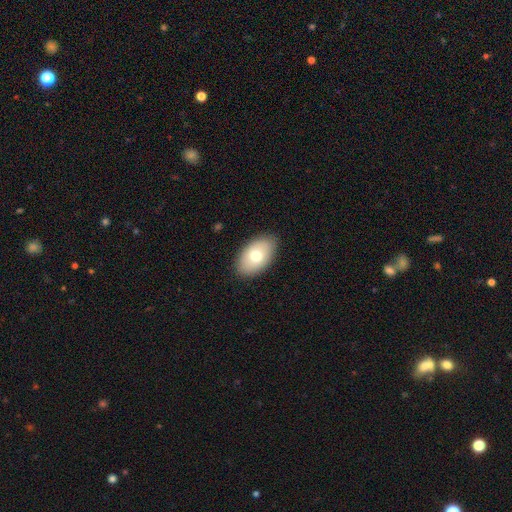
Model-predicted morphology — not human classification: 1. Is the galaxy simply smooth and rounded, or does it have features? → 73% smooth, 20% featured or disk, 7% star or artifact.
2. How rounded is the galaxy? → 93% in between, 6% round, 1% cigar-shaped.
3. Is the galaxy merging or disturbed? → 87% none, 9% minor disturbance, 2% major disturbance, 1% merger.